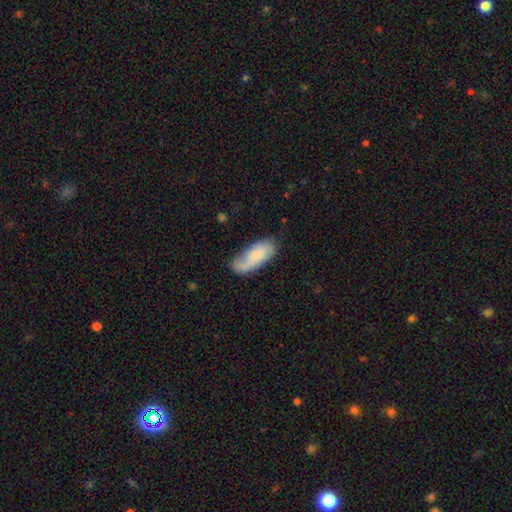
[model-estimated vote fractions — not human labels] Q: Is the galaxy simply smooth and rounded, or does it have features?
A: smooth — 70%.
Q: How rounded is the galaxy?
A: in between — 82%.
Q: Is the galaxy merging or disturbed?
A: none — 55%.